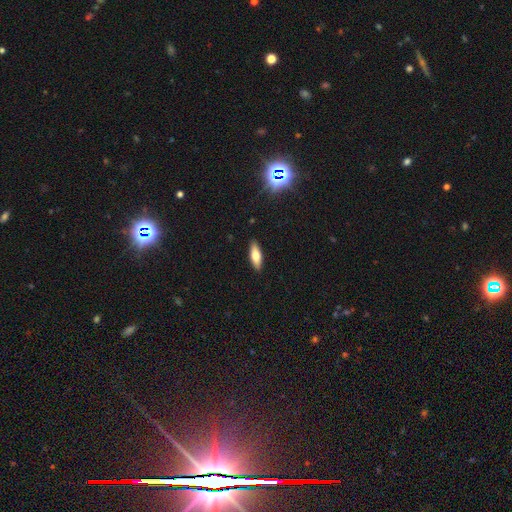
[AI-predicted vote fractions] smooth 68%, featured or disk 24%, star or artifact 7%. Down the decision tree: how rounded — in between (58%); merging — none (89%).